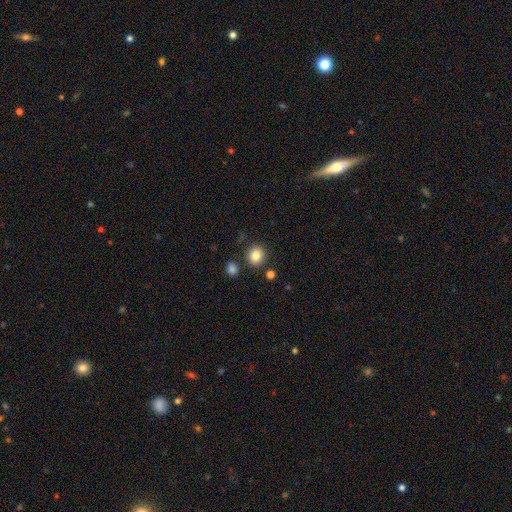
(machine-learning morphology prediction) smooth_or_featured: smooth (p=0.84) [alt: star or artifact p=0.10]
how_rounded: round (p=0.82) [alt: in between p=0.17]
merging: none (p=0.84) [alt: minor disturbance p=0.08]